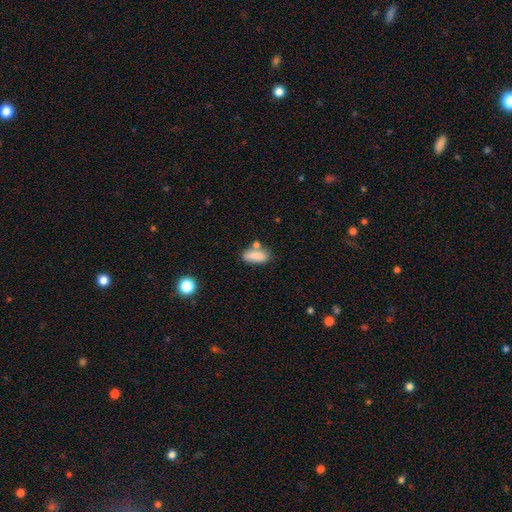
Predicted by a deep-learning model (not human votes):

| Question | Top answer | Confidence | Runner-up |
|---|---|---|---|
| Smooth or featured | smooth | 86% | star or artifact (8%) |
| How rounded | in between | 82% | cigar-shaped (15%) |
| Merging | none | 65% | minor disturbance (16%) |